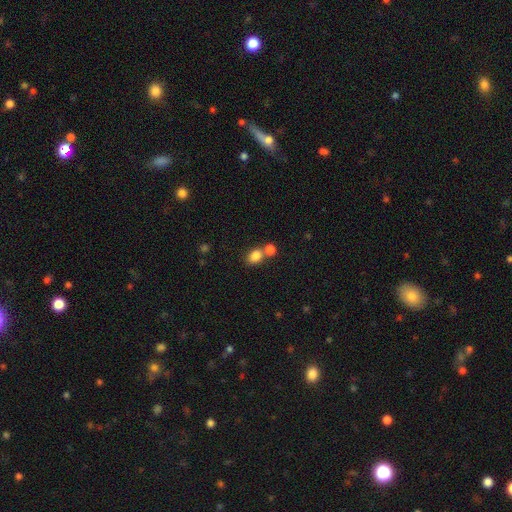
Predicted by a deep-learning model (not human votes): A smooth galaxy with no disk features (84%) that is in between round and cigar-shaped (57%).

Vote fractions:
- Smooth or featured? smooth: 84% / star or artifact: 10% / featured or disk: 6%
- How rounded? in between: 57% / round: 42% / cigar-shaped: 1%
- Merging? none: 48% / merger: 39% / minor disturbance: 9% / major disturbance: 4%